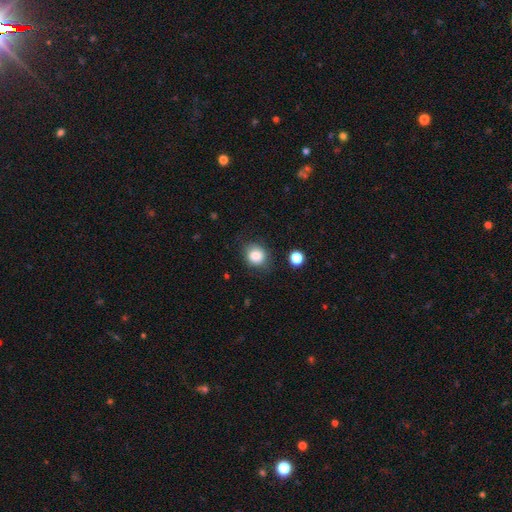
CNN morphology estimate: smooth-or-featured: smooth: 85% | star or artifact: 10% | featured or disk: 5%
  how-rounded: round: 72% | in between: 27% | cigar-shaped: 1%
  merging: none: 77% | minor disturbance: 16% | major disturbance: 5% | merger: 3%